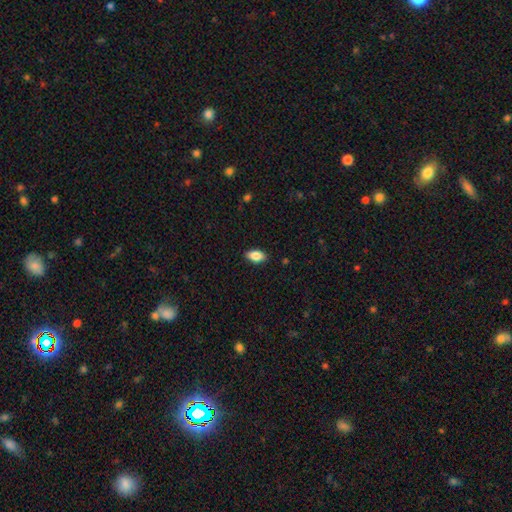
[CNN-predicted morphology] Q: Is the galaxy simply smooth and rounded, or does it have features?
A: smooth — 87%.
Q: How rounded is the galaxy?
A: in between — 92%.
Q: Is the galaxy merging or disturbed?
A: none — 88%.